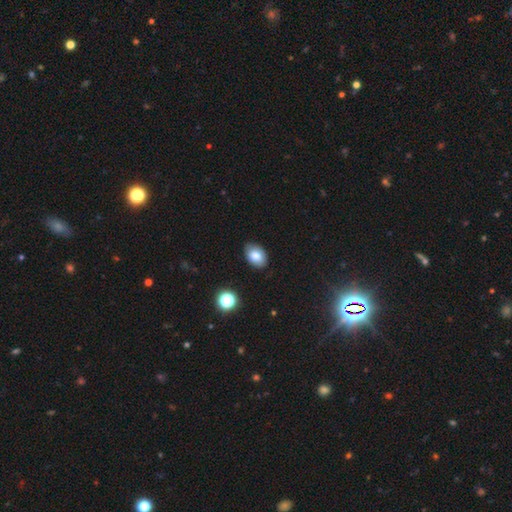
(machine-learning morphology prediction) Overall: smooth (80%). How rounded: in between (84%). Merging: none (85%).